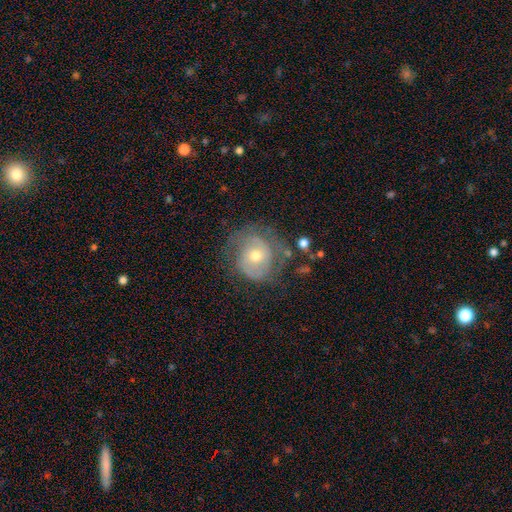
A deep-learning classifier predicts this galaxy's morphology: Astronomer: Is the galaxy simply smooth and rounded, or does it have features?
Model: featured or disk — 63%.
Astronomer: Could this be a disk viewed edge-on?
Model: no — 97%.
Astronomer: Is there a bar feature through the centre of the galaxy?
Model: no — 75%.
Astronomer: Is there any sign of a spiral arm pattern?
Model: yes — 74%.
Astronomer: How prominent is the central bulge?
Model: moderate — 64%.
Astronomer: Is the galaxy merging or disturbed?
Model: none — 56%.